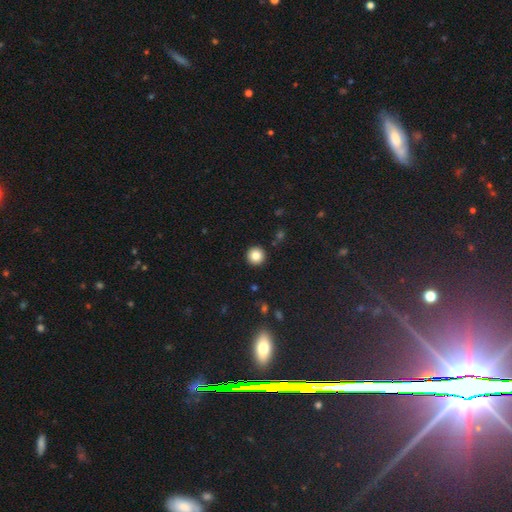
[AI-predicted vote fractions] Q: Smooth or featured?
A: smooth (85%); runner-up: star or artifact (10%)
Q: How rounded?
A: round (96%); runner-up: in between (3%)
Q: Merging?
A: none (93%); runner-up: minor disturbance (4%)